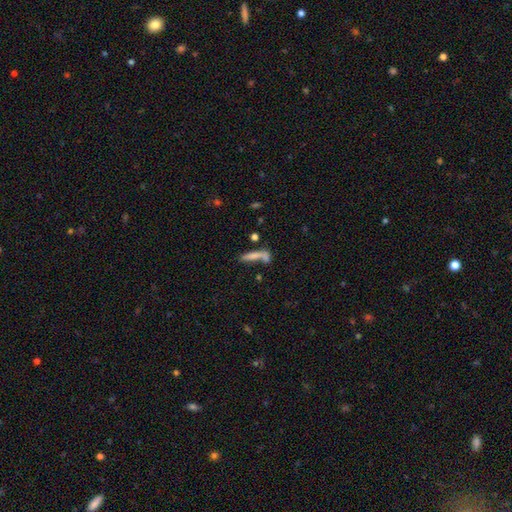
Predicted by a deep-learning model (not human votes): Morphology: type=smooth (70%); roundness=cigar-shaped (81%); merging=none (46%).